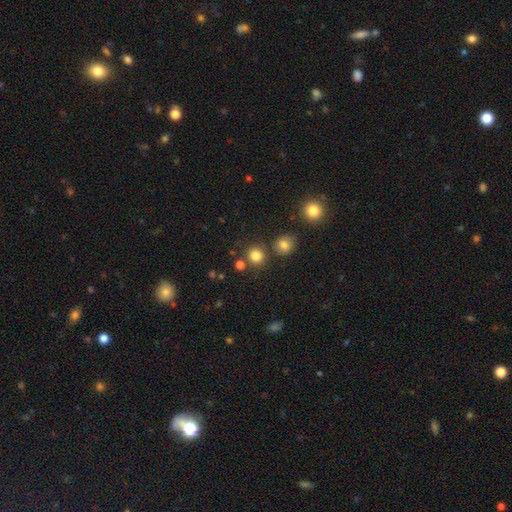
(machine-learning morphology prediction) This appears to be a smooth galaxy with no disk features (81%) that is round (90%). Merging: none (80%).